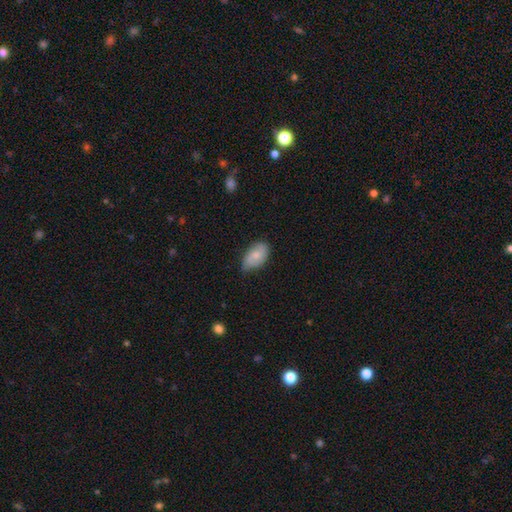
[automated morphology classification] This is likely a smooth galaxy (67%). How rounded: clearly in between (92%). Merging: likely none (62%).